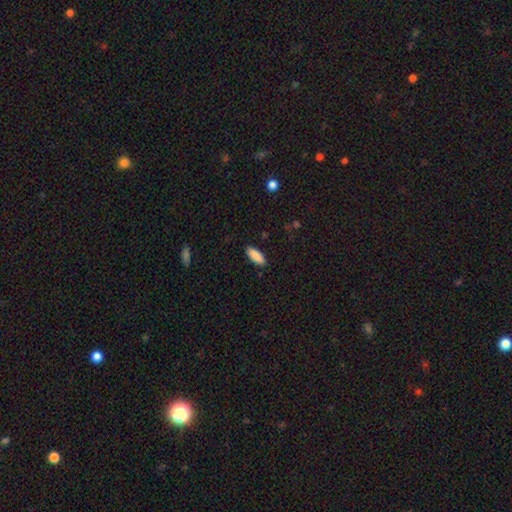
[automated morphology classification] This is clearly a smooth galaxy (89%). How rounded: likely in between (77%). Merging: clearly none (89%).